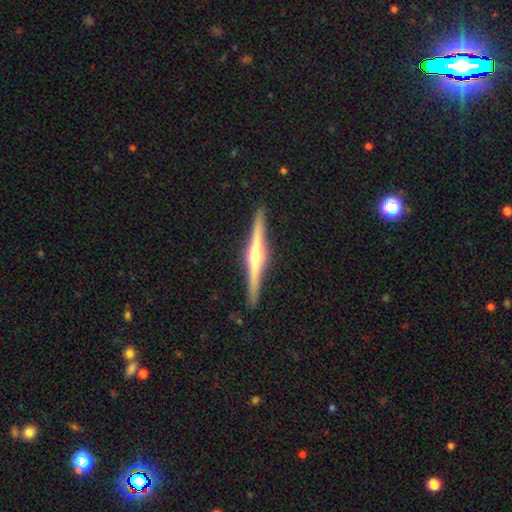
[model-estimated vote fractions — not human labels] Smooth or featured? featured or disk (80%)
Edge-on disk? yes (99%)
Edge-on bulge? rounded (88%)
Merging? none (91%)